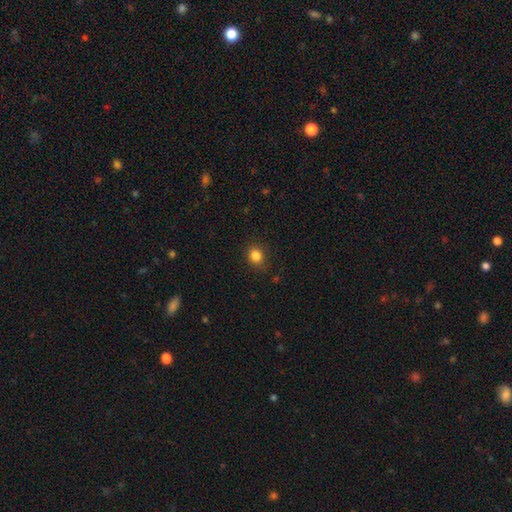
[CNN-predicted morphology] This appears to be a smooth galaxy with no disk features (84%) that is round (72%). Merging: none (86%).